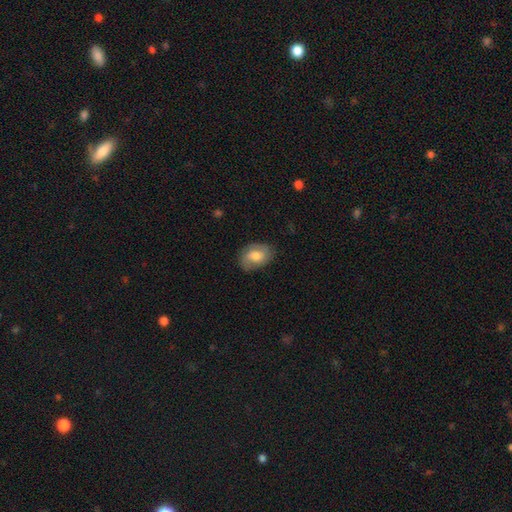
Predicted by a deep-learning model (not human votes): Smooth or featured? smooth (60%)
How rounded? in between (81%)
Merging? none (75%)